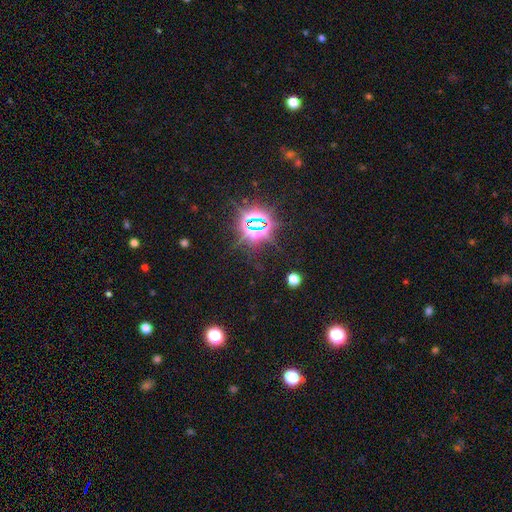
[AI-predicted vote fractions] This appears to be a star or artifact, not a galaxy (78%).